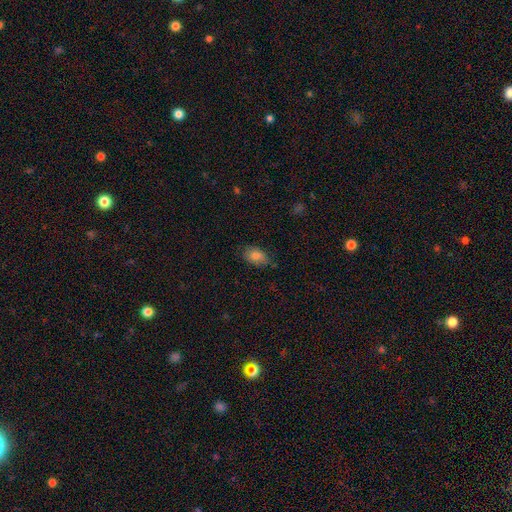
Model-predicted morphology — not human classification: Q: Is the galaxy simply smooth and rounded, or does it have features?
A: smooth — 81%.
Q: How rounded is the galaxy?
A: in between — 88%.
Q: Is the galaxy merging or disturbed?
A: none — 75%.